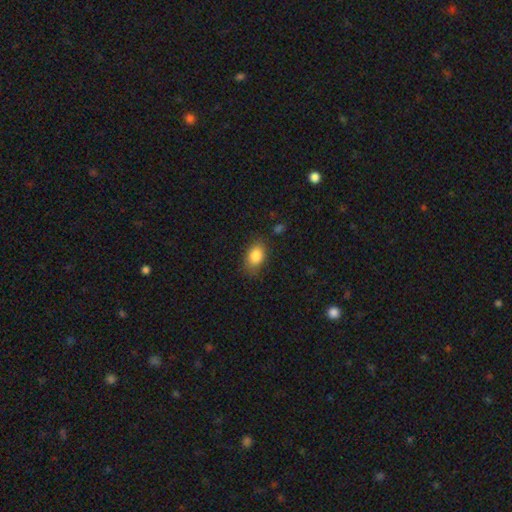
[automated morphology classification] smooth_or_featured: smooth (p=0.84) [alt: star or artifact p=0.08]
how_rounded: in between (p=0.83) [alt: round p=0.16]
merging: none (p=0.80) [alt: minor disturbance p=0.15]